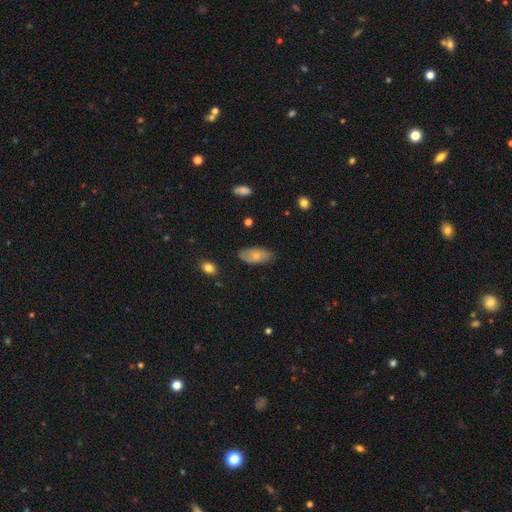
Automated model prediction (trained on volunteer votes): This is likely a smooth galaxy (75%). How rounded: clearly in between (91%). Merging: likely none (78%).